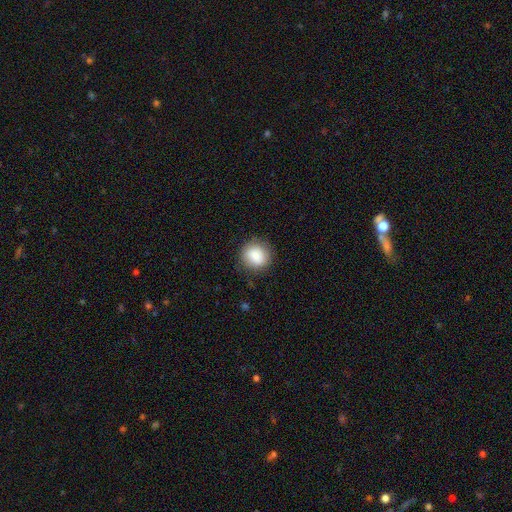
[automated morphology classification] This appears to be a smooth galaxy with no disk features (86%) that is round (86%). Merging: none (84%).